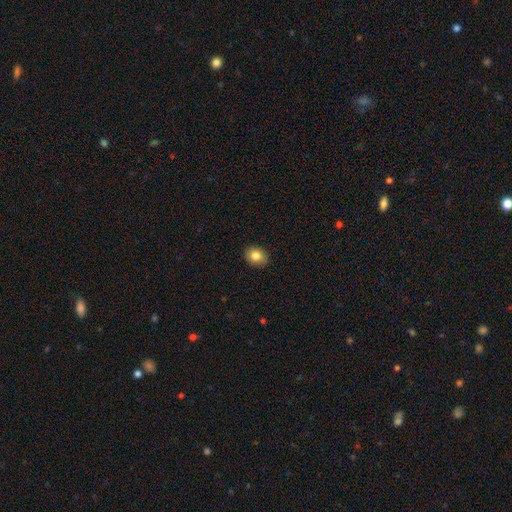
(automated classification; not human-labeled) smooth_or_featured: smooth (p=0.83) [alt: star or artifact p=0.09]
how_rounded: round (p=0.54) [alt: in between p=0.45]
merging: none (p=0.90) [alt: minor disturbance p=0.07]